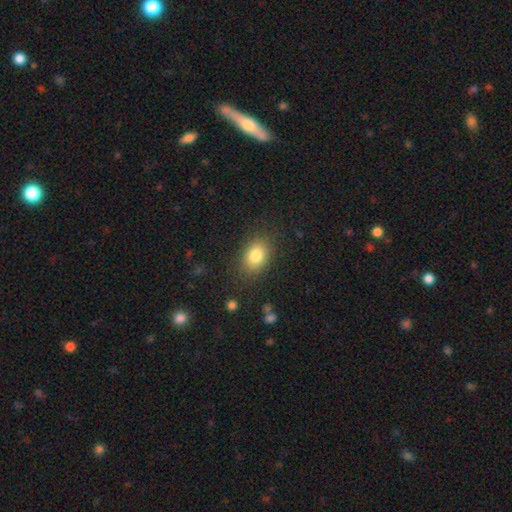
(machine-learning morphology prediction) A smooth galaxy with no disk features (82%) that is in between round and cigar-shaped (76%).

Vote fractions:
- Smooth or featured? smooth: 82% / star or artifact: 9% / featured or disk: 9%
- How rounded? in between: 76% / round: 23% / cigar-shaped: 1%
- Merging? none: 82% / minor disturbance: 12% / major disturbance: 4% / merger: 1%